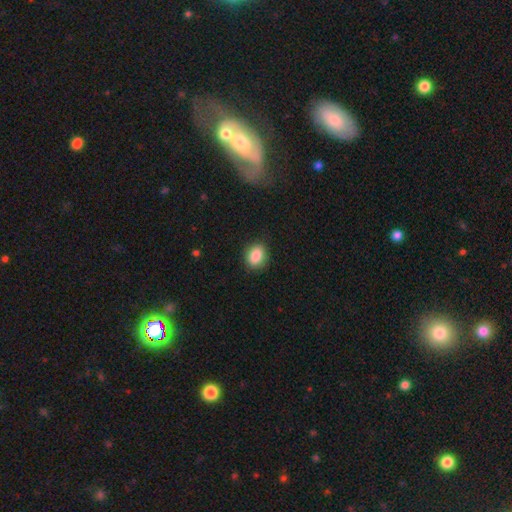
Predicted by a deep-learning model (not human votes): The model was most divided on "how rounded": in between: 60%, round: 38%, cigar-shaped: 1%. More confident: smooth or featured — smooth (86%); merging — none (86%).